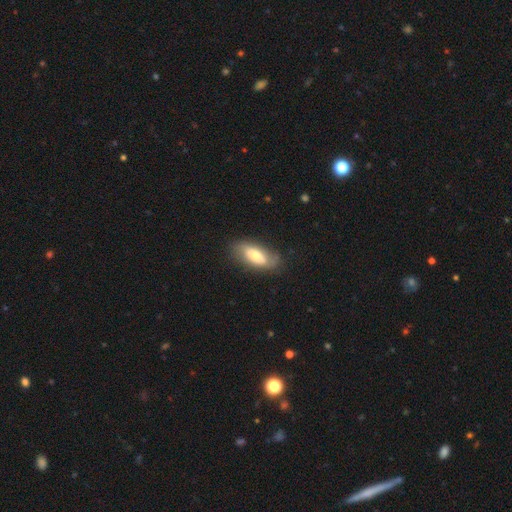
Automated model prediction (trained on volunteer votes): Smooth or featured?
  - smooth: 59% *
  - featured or disk: 35%
  - star or artifact: 6%
How rounded?
  - in between: 85% *
  - cigar-shaped: 12%
  - round: 3%
Merging?
  - none: 75% *
  - minor disturbance: 19%
  - major disturbance: 5%
  - merger: 1%